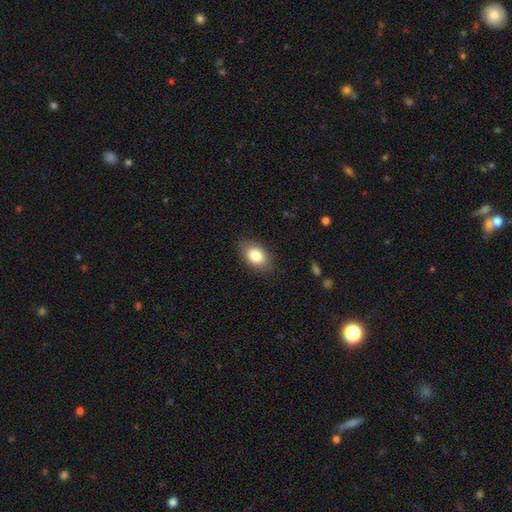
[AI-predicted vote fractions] smooth 82%, featured or disk 10%, star or artifact 7%. Down the decision tree: how rounded — in between (88%); merging — none (83%).